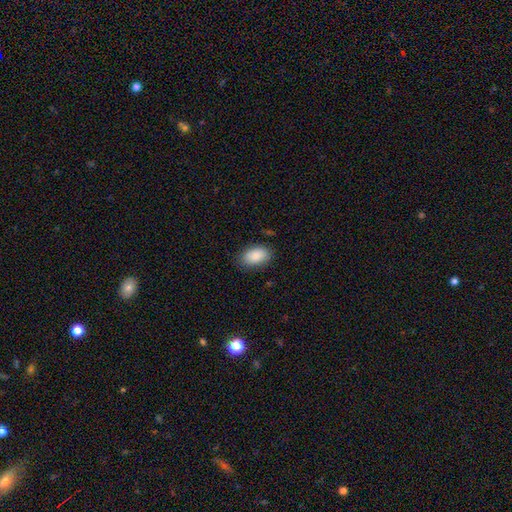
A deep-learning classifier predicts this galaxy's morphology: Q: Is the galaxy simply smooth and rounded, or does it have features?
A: smooth — 87%.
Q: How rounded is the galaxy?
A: in between — 92%.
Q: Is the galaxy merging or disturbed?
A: none — 83%.